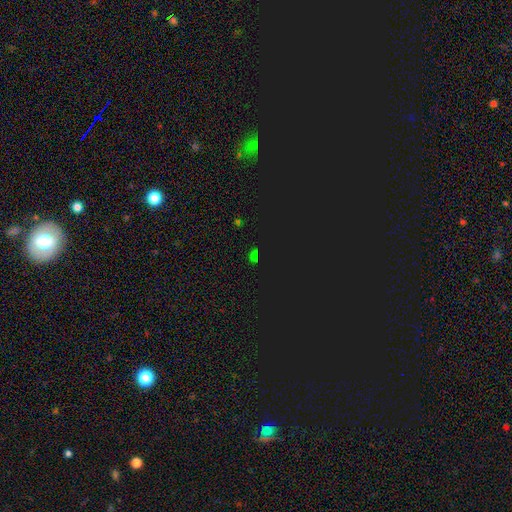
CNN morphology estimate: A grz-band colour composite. It shows a star or artifact, not a galaxy (66%).